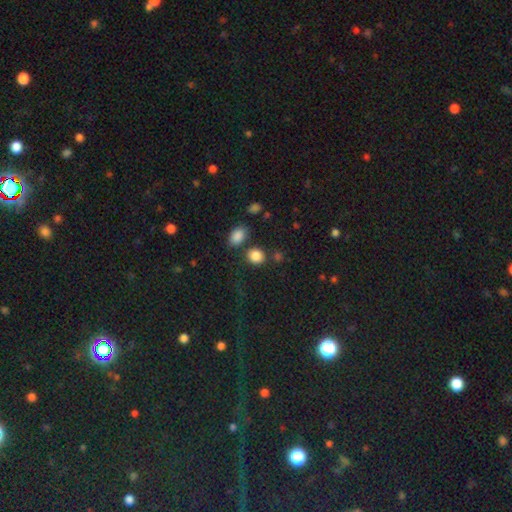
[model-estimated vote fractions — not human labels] Q: Smooth or featured?
A: smooth (85%); runner-up: star or artifact (11%)
Q: How rounded?
A: round (71%); runner-up: in between (28%)
Q: Merging?
A: none (76%); runner-up: merger (11%)